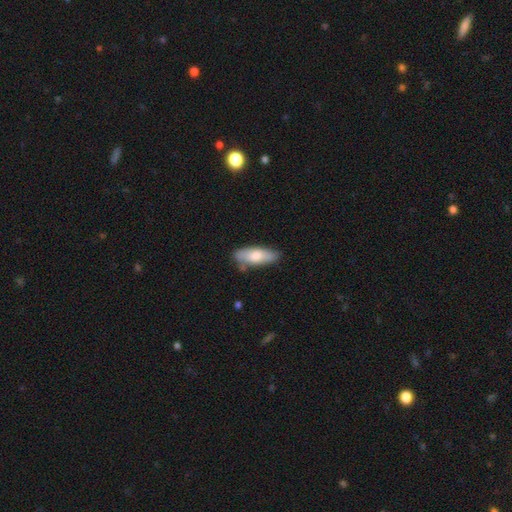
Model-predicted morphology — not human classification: Smooth or featured?
  - smooth: 73% *
  - featured or disk: 21%
  - star or artifact: 6%
How rounded?
  - in between: 69% *
  - cigar-shaped: 29%
  - round: 2%
Merging?
  - none: 72% *
  - minor disturbance: 20%
  - merger: 4%
  - major disturbance: 4%